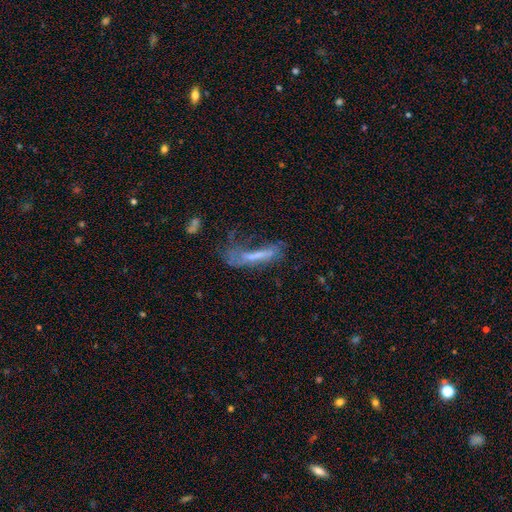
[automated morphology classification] This is marginally a featured or disk galaxy (43%). Merging: marginally major disturbance (42%).